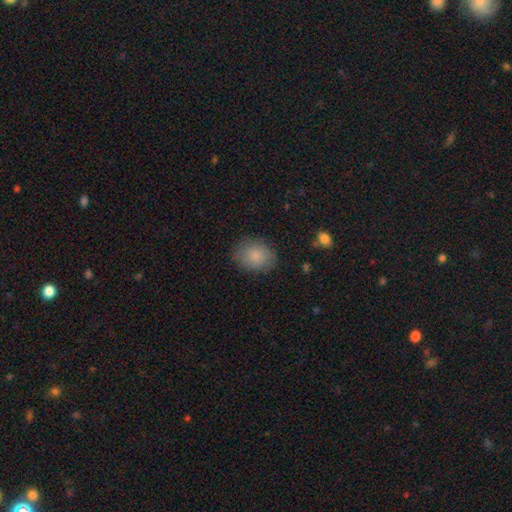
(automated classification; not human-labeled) smooth-or-featured: smooth: 84% | featured or disk: 8% | star or artifact: 8%
  how-rounded: in between: 55% | round: 44% | cigar-shaped: 1%
  merging: none: 81% | minor disturbance: 14% | major disturbance: 4% | merger: 1%